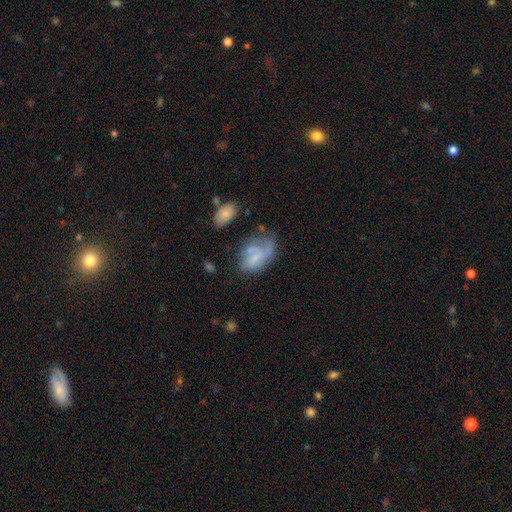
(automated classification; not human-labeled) smooth_or_featured: featured or disk (p=0.48) [alt: smooth p=0.43]
merging: none (p=0.36) [alt: major disturbance p=0.29]